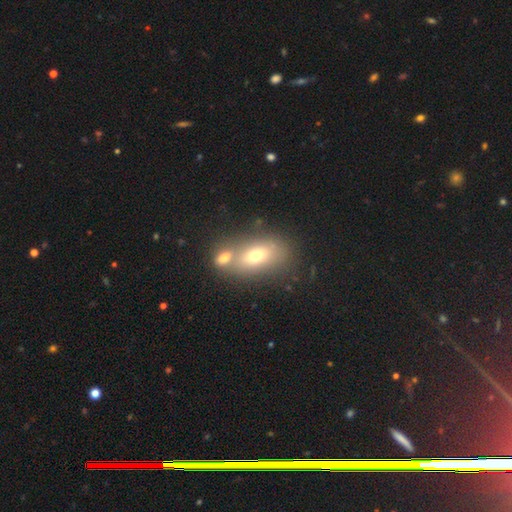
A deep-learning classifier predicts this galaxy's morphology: The model was most divided on "merging": merger: 47%, none: 39%, minor disturbance: 10%, major disturbance: 5%. More confident: how rounded — in between (81%); smooth or featured — smooth (65%).